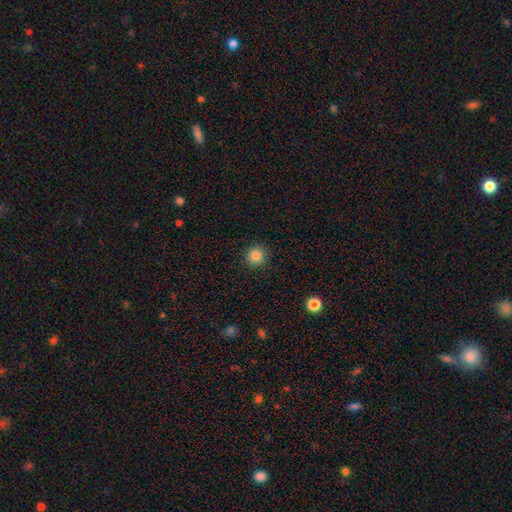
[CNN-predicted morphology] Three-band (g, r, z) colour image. It shows a smooth galaxy with no disk features (84%) that is round (94%). Merging: none (92%).